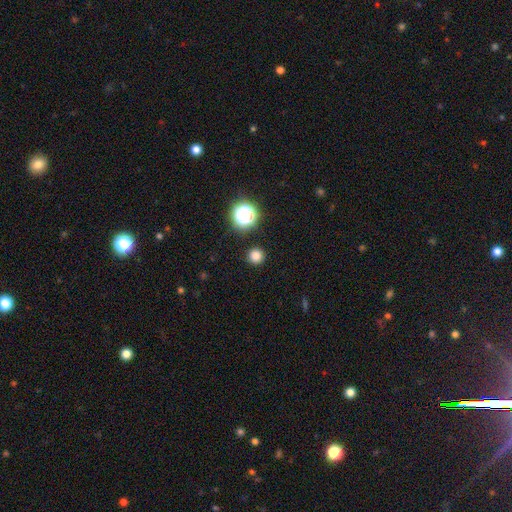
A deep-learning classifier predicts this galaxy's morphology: A smooth galaxy with no disk features (80%) that is round (96%). Merging: none (92%).